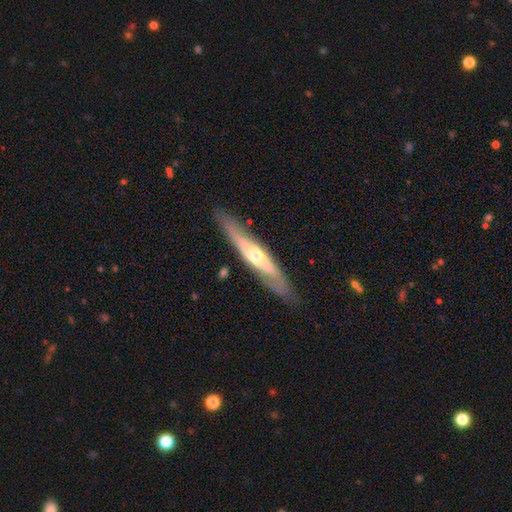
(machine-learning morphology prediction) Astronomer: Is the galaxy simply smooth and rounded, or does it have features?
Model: featured or disk — 65%.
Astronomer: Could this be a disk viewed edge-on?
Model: yes — 67%.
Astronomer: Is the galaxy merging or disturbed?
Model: none — 82%.